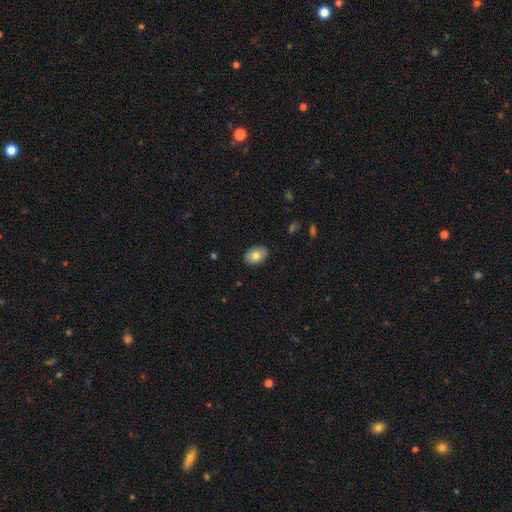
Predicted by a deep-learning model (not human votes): Smooth or featured?
  - smooth: 77% *
  - featured or disk: 16%
  - star or artifact: 7%
How rounded?
  - in between: 83% *
  - round: 16%
  - cigar-shaped: 1%
Merging?
  - none: 88% *
  - minor disturbance: 9%
  - major disturbance: 2%
  - merger: 1%